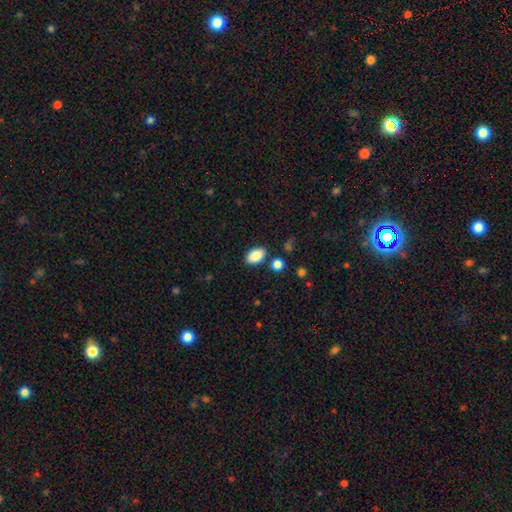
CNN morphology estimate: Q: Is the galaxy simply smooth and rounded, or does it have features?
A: smooth — 88%.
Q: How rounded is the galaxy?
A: in between — 92%.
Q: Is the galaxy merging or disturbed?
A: none — 83%.